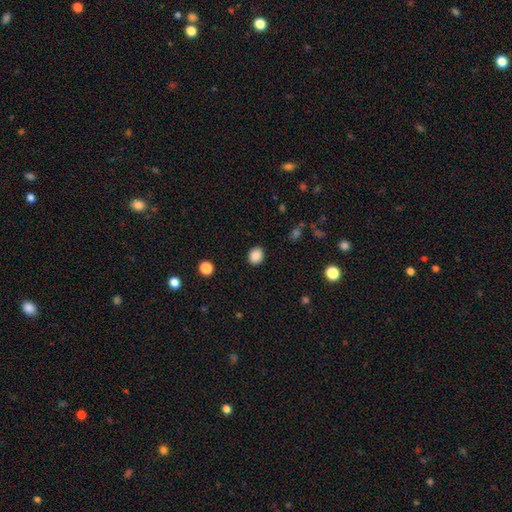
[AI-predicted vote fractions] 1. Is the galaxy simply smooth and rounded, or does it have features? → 88% smooth, 10% star or artifact, 3% featured or disk.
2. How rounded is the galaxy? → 62% round, 37% in between, 1% cigar-shaped.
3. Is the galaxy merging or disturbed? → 89% none, 7% minor disturbance, 2% major disturbance, 1% merger.